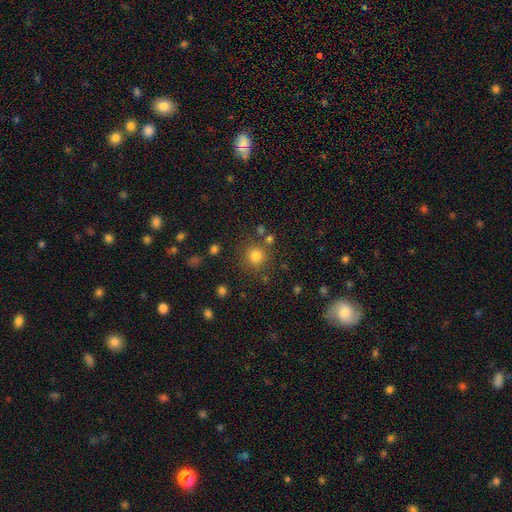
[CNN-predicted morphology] Q: Smooth or featured?
A: smooth (79%); runner-up: star or artifact (14%)
Q: How rounded?
A: round (93%); runner-up: in between (6%)
Q: Merging?
A: none (81%); runner-up: minor disturbance (8%)